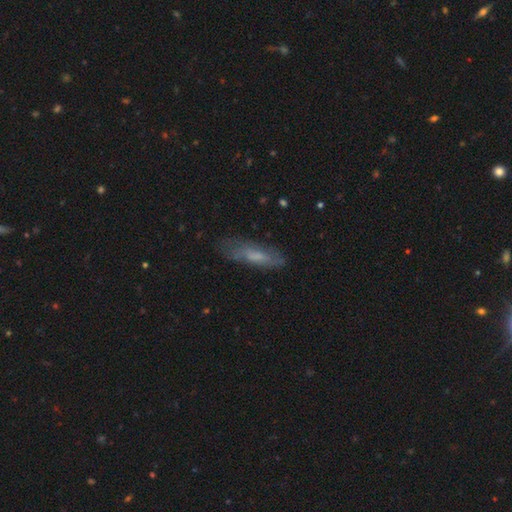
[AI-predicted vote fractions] This appears to be a smooth galaxy with no disk features (53%) that is cigar-shaped (59%). Merging: none (68%).